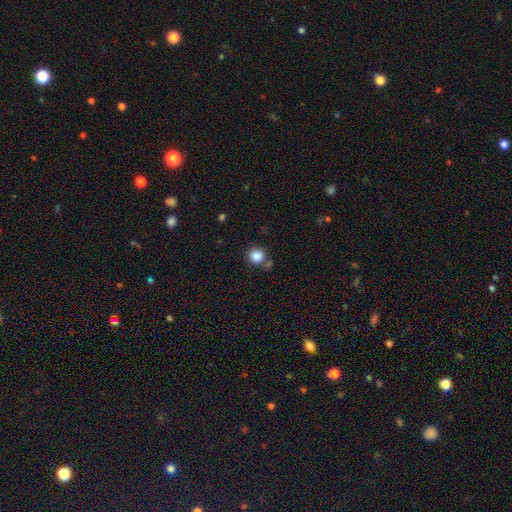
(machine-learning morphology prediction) type=smooth (85%); roundness=round (91%); merging=none (74%).